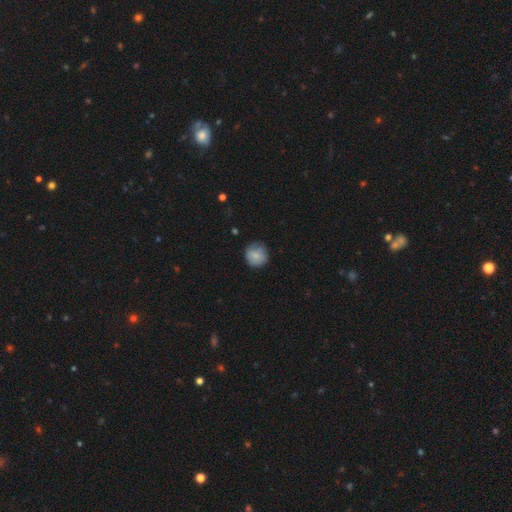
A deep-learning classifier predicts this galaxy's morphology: This is clearly a smooth galaxy (81%). How rounded: clearly round (91%). Merging: likely none (78%).